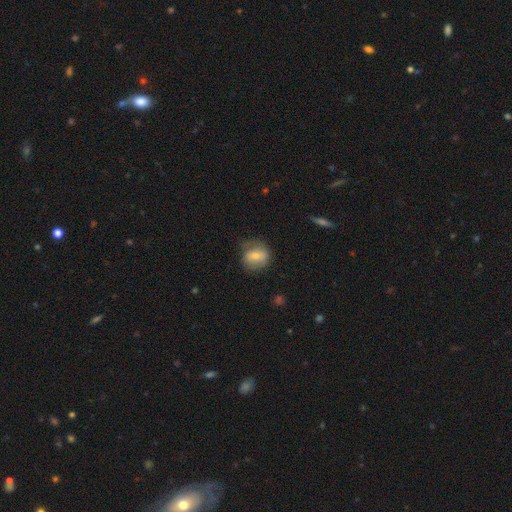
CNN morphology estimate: Smooth or featured? smooth (66%)
How rounded? round (65%)
Merging? none (61%)